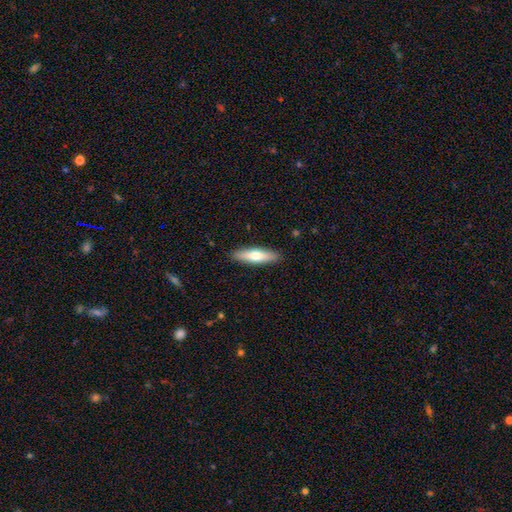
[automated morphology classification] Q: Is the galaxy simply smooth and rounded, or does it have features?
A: smooth — 63%.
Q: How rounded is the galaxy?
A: cigar-shaped — 65%.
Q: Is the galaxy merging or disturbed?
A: none — 90%.